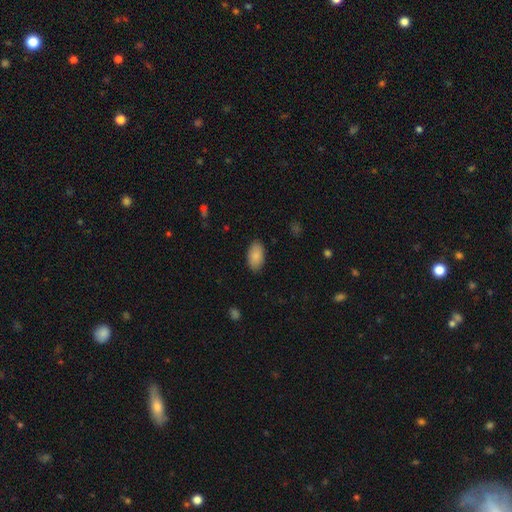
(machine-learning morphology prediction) Smooth or featured? smooth (89%)
How rounded? in between (95%)
Merging? none (87%)